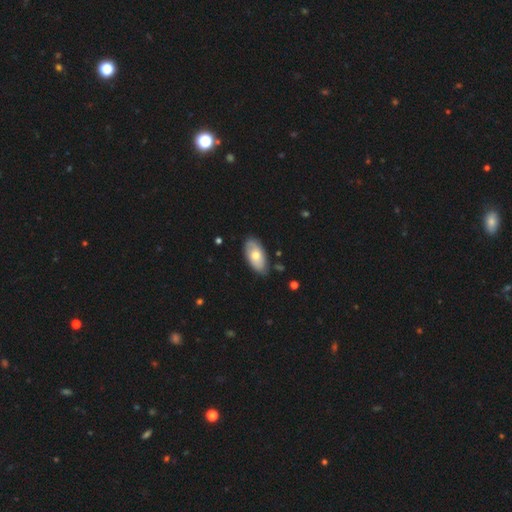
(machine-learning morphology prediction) Q: Smooth or featured?
A: smooth (59%); runner-up: featured or disk (35%)
Q: How rounded?
A: in between (93%); runner-up: cigar-shaped (4%)
Q: Merging?
A: none (80%); runner-up: minor disturbance (16%)